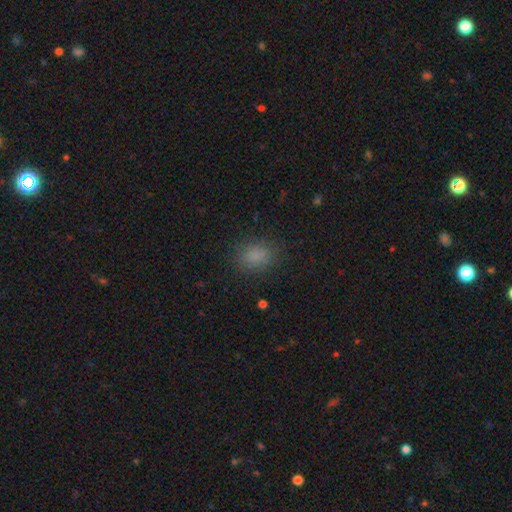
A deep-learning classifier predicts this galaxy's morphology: This is clearly a smooth galaxy (83%). How rounded: possibly in between (59%). Merging: clearly none (83%).